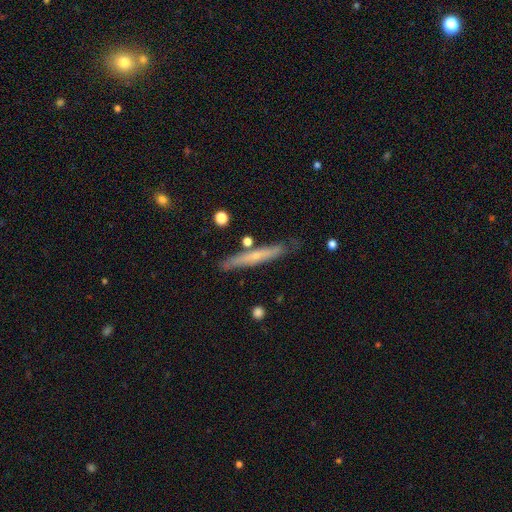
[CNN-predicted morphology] Q: Smooth or featured?
A: featured or disk (48%); runner-up: smooth (46%)
Q: Merging?
A: none (77%); runner-up: minor disturbance (15%)